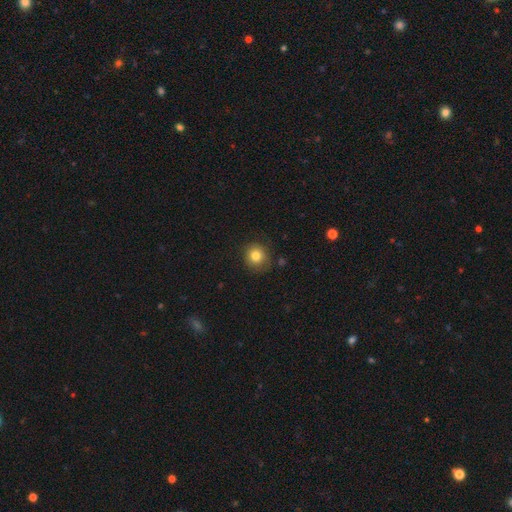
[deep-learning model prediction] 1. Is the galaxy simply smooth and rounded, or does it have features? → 81% smooth, 11% star or artifact, 8% featured or disk.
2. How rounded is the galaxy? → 87% round, 12% in between, 1% cigar-shaped.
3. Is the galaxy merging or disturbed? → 83% none, 12% minor disturbance, 3% major disturbance, 2% merger.